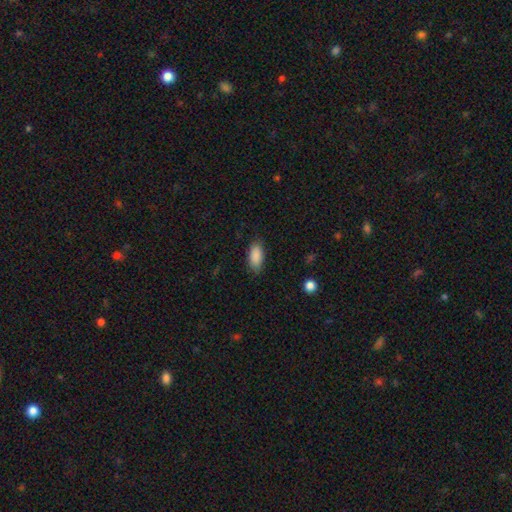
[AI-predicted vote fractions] Q: Smooth or featured?
A: smooth (89%); runner-up: star or artifact (7%)
Q: How rounded?
A: in between (89%); runner-up: cigar-shaped (9%)
Q: Merging?
A: none (83%); runner-up: minor disturbance (13%)